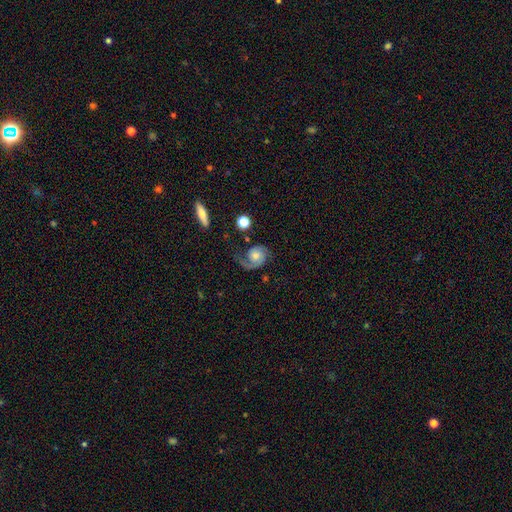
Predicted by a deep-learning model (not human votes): Smooth or featured? featured or disk (80%)
Edge-on disk? no (98%)
Bar? no (73%)
Spiral arms? yes (95%)
Spiral winding? medium (42%)
Spiral arm count? 2 (48%)
Bulge size? moderate (50%)
Merging? none (53%)